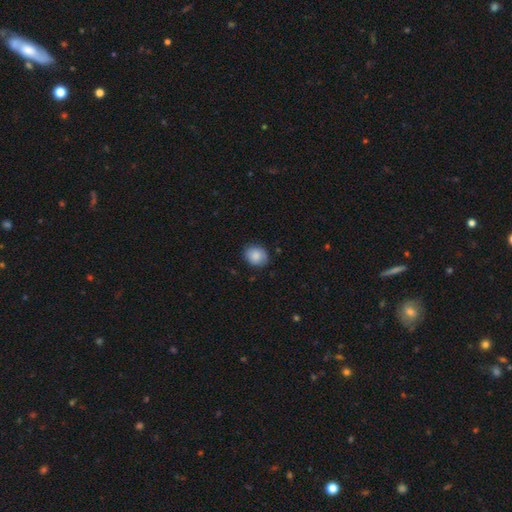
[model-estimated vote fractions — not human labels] Smooth or featured? Predicted: smooth (p=0.87). How rounded? Predicted: round (p=0.62). Merging? Predicted: none (p=0.83).